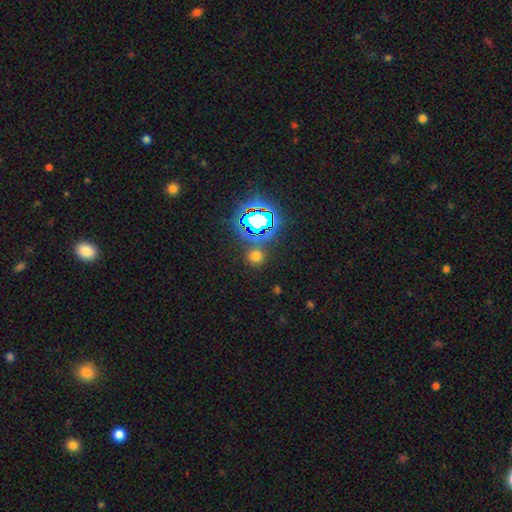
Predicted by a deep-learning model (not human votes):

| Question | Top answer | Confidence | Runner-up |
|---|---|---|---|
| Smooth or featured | smooth | 58% | star or artifact (35%) |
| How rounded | round | 89% | in between (9%) |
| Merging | none | 81% | merger (8%) |